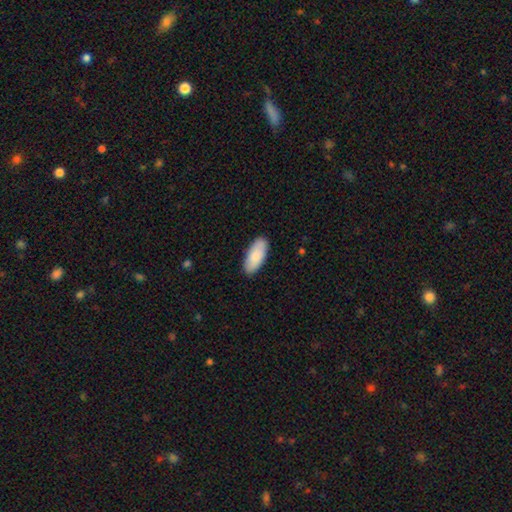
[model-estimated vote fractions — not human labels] Smooth or featured?
  - smooth: 87% *
  - featured or disk: 8%
  - star or artifact: 5%
How rounded?
  - in between: 87% *
  - cigar-shaped: 12%
  - round: 2%
Merging?
  - none: 88% *
  - minor disturbance: 9%
  - major disturbance: 2%
  - merger: 1%